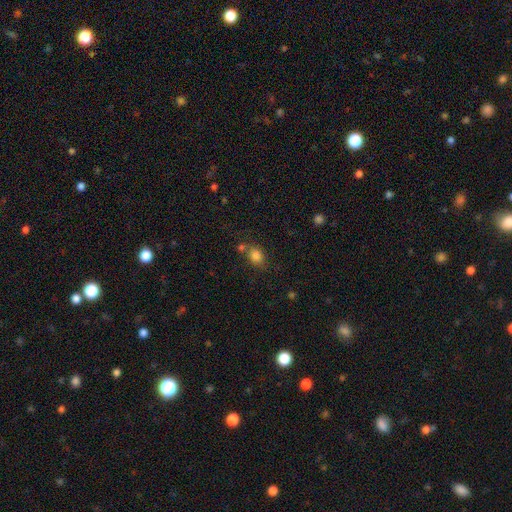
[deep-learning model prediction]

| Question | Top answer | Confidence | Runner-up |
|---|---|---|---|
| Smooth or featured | smooth | 82% | star or artifact (11%) |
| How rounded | round | 52% | in between (47%) |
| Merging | none | 63% | merger (19%) |